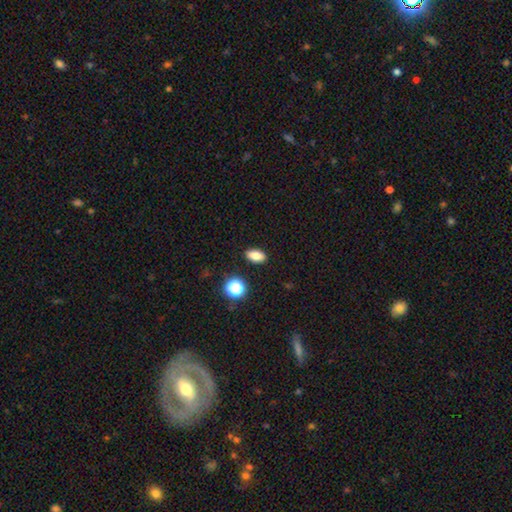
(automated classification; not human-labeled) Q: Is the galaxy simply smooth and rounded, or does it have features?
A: smooth — 80%.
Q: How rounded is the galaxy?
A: in between — 86%.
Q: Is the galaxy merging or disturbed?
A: none — 89%.